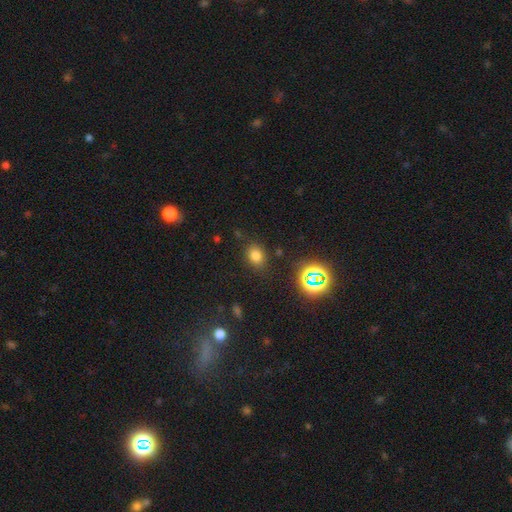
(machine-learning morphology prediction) smooth-or-featured: smooth: 73% | star or artifact: 20% | featured or disk: 7%
  how-rounded: in between: 56% | round: 42% | cigar-shaped: 1%
  merging: none: 82% | minor disturbance: 12% | major disturbance: 4% | merger: 3%